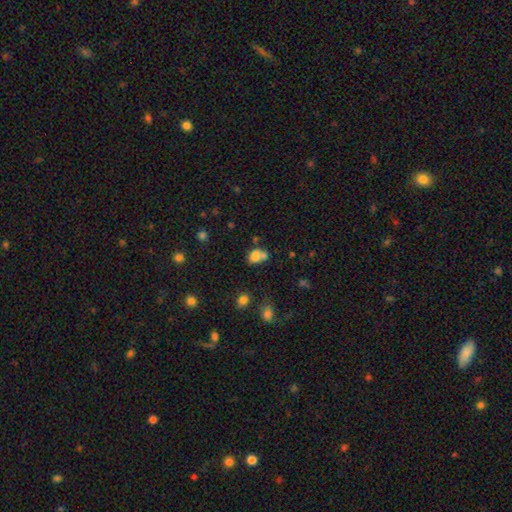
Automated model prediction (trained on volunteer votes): A smooth galaxy with no disk features (74%) that is in between round and cigar-shaped (60%).

Vote fractions:
- Smooth or featured? smooth: 74% / featured or disk: 13% / star or artifact: 13%
- How rounded? in between: 60% / round: 39% / cigar-shaped: 1%
- Merging? merger: 46% / none: 34% / minor disturbance: 13% / major disturbance: 6%